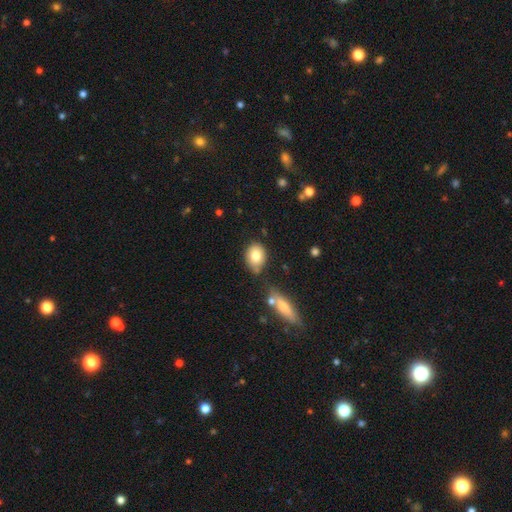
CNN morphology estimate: Smooth or featured? smooth (80%)
How rounded? in between (55%)
Merging? none (71%)